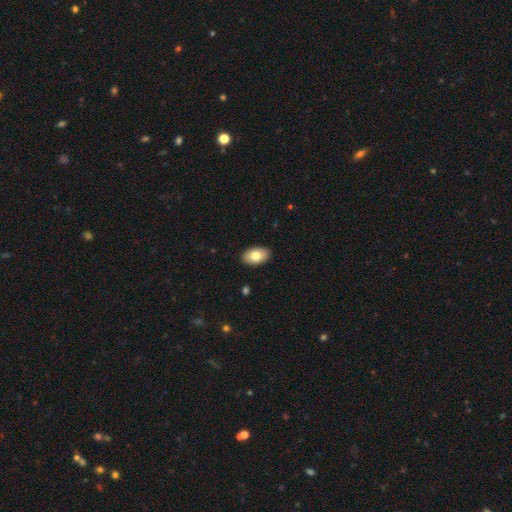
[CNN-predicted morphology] type=smooth (79%); roundness=in between (93%); merging=none (90%).